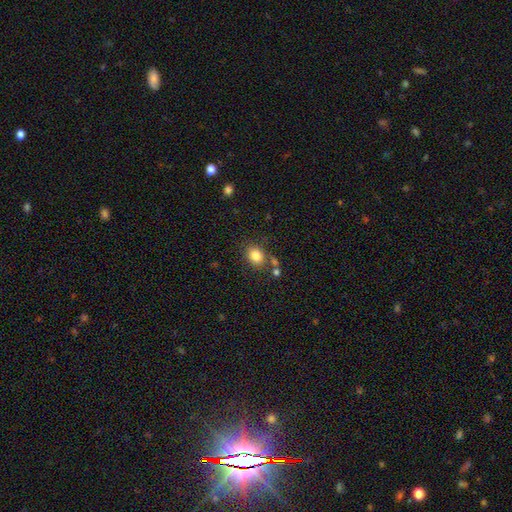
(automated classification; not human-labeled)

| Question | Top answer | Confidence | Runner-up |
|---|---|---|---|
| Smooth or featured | smooth | 83% | star or artifact (10%) |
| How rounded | round | 51% | in between (48%) |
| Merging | none | 75% | minor disturbance (12%) |